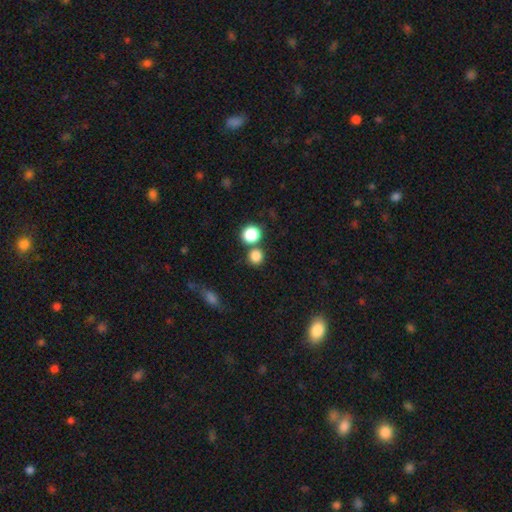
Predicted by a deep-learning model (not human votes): Smooth or featured? smooth (83%)
How rounded? round (88%)
Merging? none (67%)